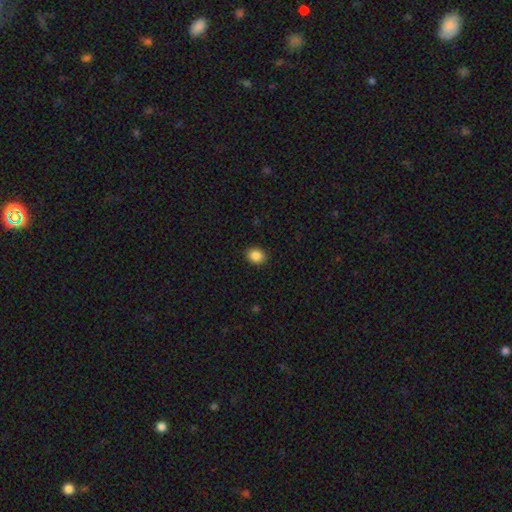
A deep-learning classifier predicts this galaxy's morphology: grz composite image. It shows a smooth galaxy with no disk features (87%) that is round (57%). Merging: none (91%).